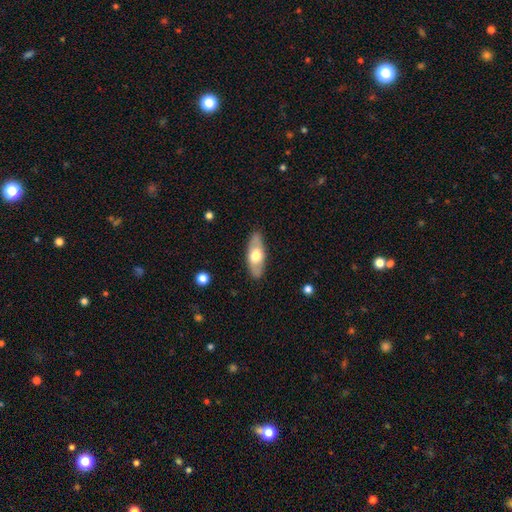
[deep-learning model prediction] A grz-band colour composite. It shows a smooth galaxy with no disk features (54%) that is in between round and cigar-shaped (78%). Merging: none (86%).